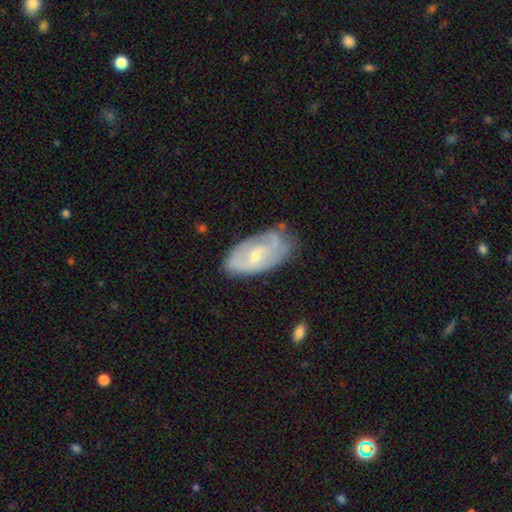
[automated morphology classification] featured or disk 66%, smooth 28%, star or artifact 6%. Down the decision tree: edge-on disk — no (94%); bar — no (46%); spiral arms — yes (72%); bulge size — small (62%); merging — none (56%).